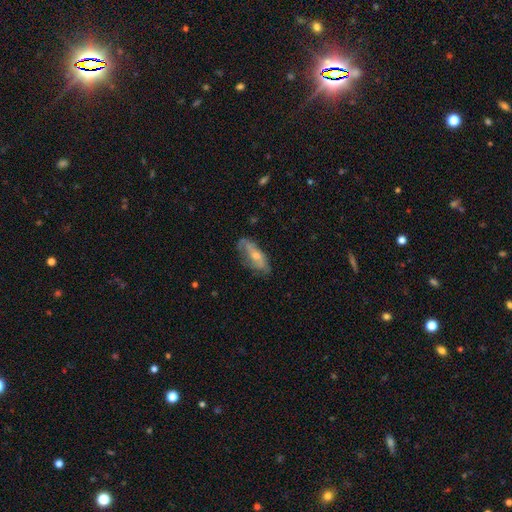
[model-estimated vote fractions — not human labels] featured or disk 58%, smooth 33%, star or artifact 9%. Down the decision tree: edge-on disk — no (76%); merging — none (64%).